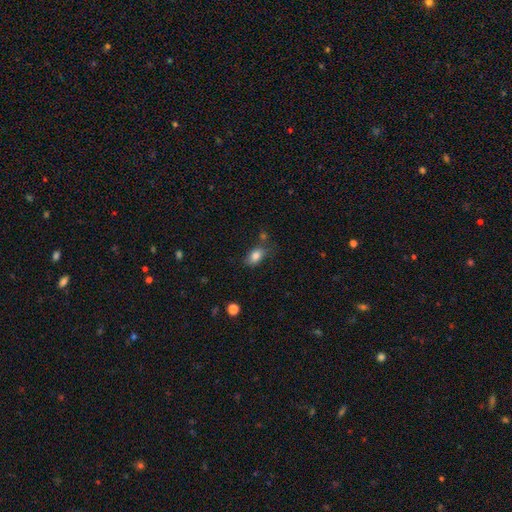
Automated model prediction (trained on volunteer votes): Q: Smooth or featured?
A: smooth (83%); runner-up: star or artifact (9%)
Q: How rounded?
A: in between (86%); runner-up: round (11%)
Q: Merging?
A: none (66%); runner-up: minor disturbance (20%)